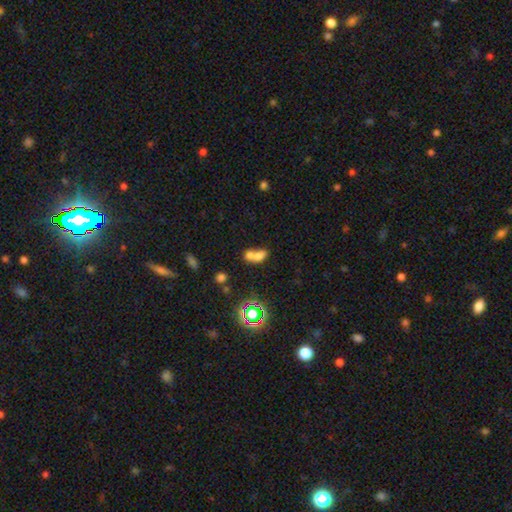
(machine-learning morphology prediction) Overall: smooth (68%). How rounded: in between (71%). Merging: merger (69%).